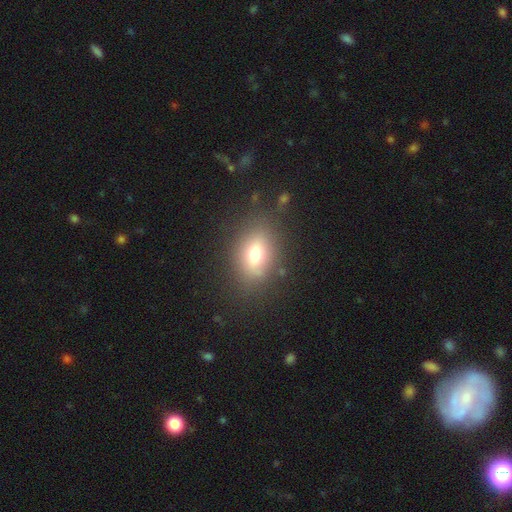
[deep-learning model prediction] This appears to be a smooth galaxy with no disk features (67%) that is in between round and cigar-shaped (73%). Merging: none (84%).